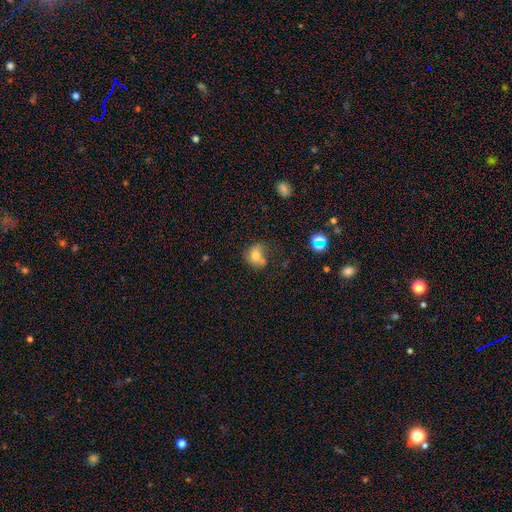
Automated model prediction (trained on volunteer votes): smooth 72%, featured or disk 16%, star or artifact 12%. Down the decision tree: how rounded — round (62%); merging — none (45%).